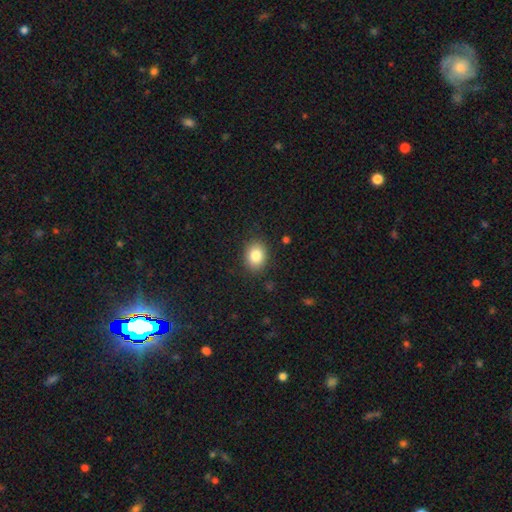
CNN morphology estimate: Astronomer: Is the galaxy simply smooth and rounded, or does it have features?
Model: smooth — 84%.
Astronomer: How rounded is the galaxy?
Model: in between — 53% (runner-up: round, 46%).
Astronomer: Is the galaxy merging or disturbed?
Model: none — 87%.